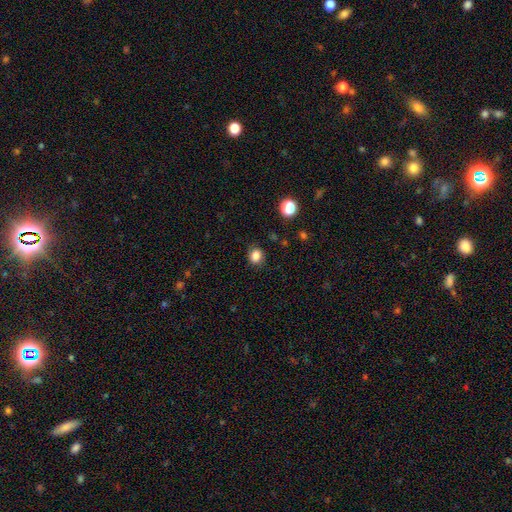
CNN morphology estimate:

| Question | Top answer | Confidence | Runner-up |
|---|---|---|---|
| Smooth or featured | smooth | 84% | star or artifact (11%) |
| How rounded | round | 66% | in between (33%) |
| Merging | none | 83% | minor disturbance (12%) |